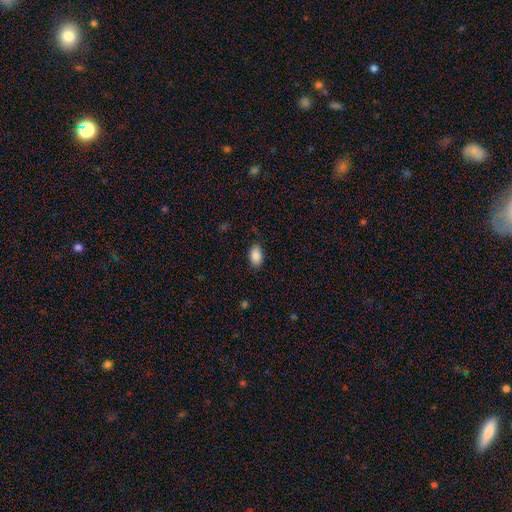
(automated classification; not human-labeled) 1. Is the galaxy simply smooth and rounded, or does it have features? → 88% smooth, 7% star or artifact, 4% featured or disk.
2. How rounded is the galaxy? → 92% in between, 6% round, 2% cigar-shaped.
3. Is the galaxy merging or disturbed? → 83% none, 13% minor disturbance, 3% major disturbance, 1% merger.